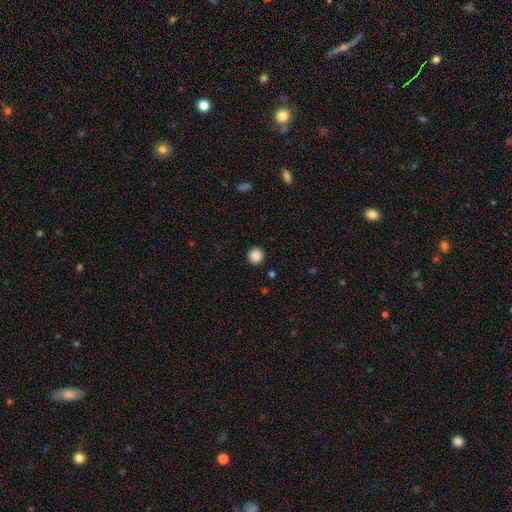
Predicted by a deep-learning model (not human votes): Overall: smooth (87%). How rounded: round (94%). Merging: none (92%).